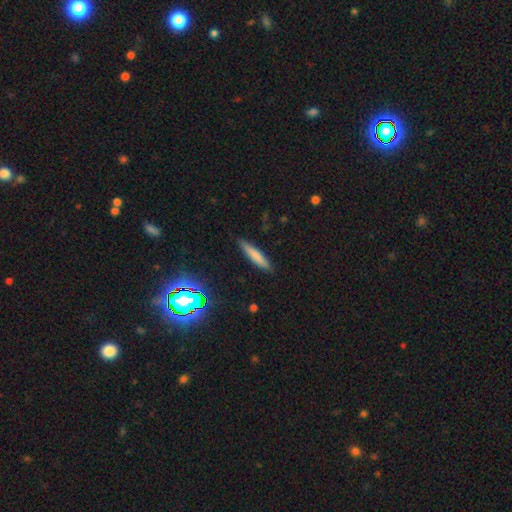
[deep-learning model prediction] smooth-or-featured: smooth: 73% | featured or disk: 18% | star or artifact: 9%
  how-rounded: cigar-shaped: 87% | in between: 12% | round: 1%
  merging: none: 87% | minor disturbance: 10% | major disturbance: 2% | merger: 1%